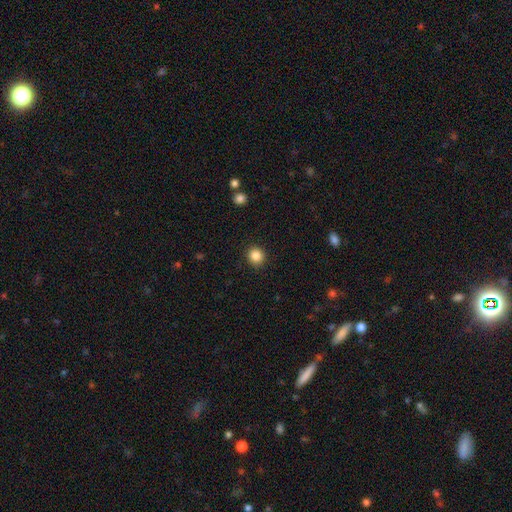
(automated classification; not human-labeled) Smooth or featured: smooth — 85% (star or artifact — 11%)
How rounded: round — 90% (in between — 9%)
Merging: none — 92% (minor disturbance — 5%)